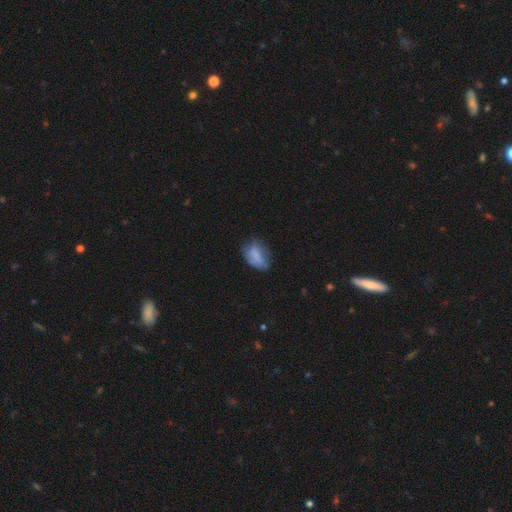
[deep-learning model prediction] Morphology: type=smooth (68%); roundness=in between (86%); merging=none (52%).